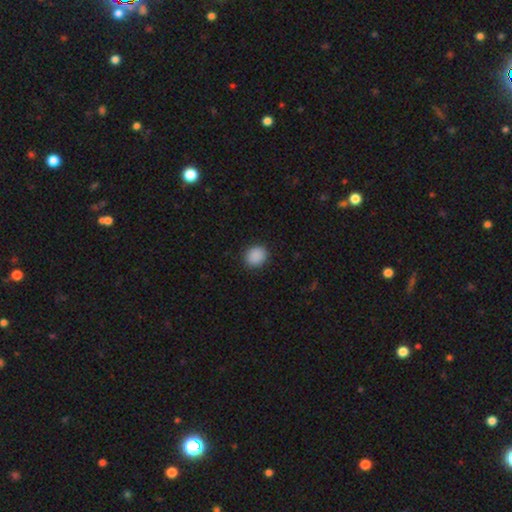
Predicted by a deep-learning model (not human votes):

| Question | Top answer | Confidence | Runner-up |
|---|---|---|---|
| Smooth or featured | smooth | 89% | star or artifact (8%) |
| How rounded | round | 68% | in between (31%) |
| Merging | none | 89% | minor disturbance (8%) |